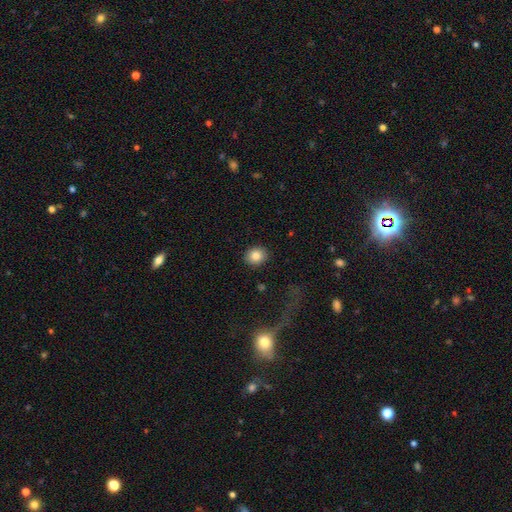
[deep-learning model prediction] Morphology: type=smooth (84%); roundness=round (68%); merging=none (89%).